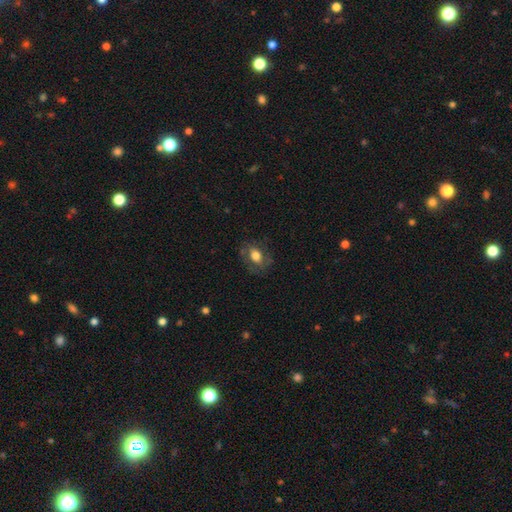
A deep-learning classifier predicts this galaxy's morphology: This is likely a smooth galaxy (63%). How rounded: likely in between (74%). Merging: likely none (71%).